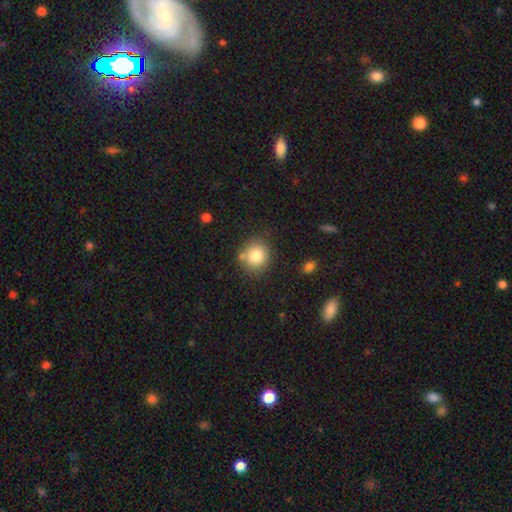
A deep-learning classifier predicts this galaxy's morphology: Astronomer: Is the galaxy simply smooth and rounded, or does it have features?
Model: smooth — 80%.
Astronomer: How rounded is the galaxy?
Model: round — 82%.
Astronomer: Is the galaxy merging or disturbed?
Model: none — 75%.